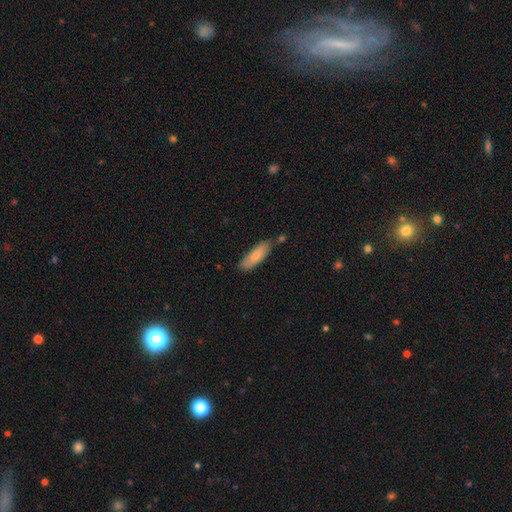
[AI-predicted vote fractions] Smooth or featured: smooth — 81% (featured or disk — 13%)
How rounded: in between — 53% (cigar-shaped — 45%)
Merging: none — 73% (minor disturbance — 18%)